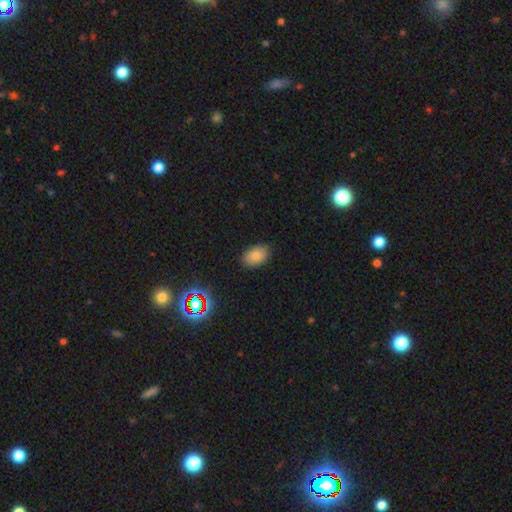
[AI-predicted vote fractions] Smooth or featured? Predicted: smooth (p=0.81). How rounded? Predicted: in between (p=0.85). Merging? Predicted: none (p=0.87).